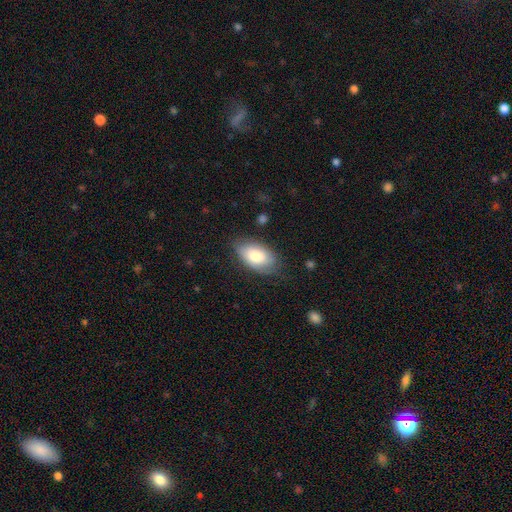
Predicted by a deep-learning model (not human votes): A smooth galaxy with no disk features (77%) that is in between round and cigar-shaped (93%).

Vote fractions:
- Smooth or featured? smooth: 77% / featured or disk: 17% / star or artifact: 6%
- How rounded? in between: 93% / round: 5% / cigar-shaped: 2%
- Merging? none: 73% / minor disturbance: 21% / major disturbance: 5% / merger: 1%